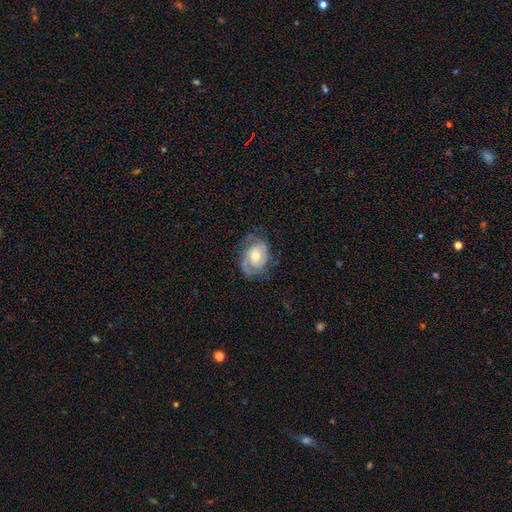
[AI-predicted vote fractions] This appears to be a featured or disk galaxy (77%) with no bar (67%), 2 (61%) tight (53%) spiral arms (93%) and a moderate central bulge (57%). Merging: none (65%).